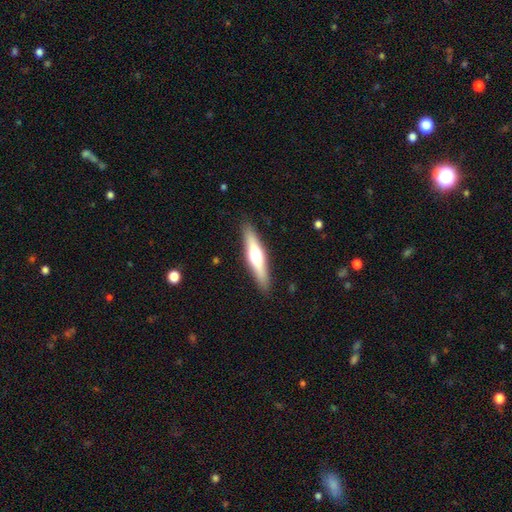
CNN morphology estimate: Overall: featured or disk (50%; smooth 45%). Edge-on disk: yes (94%). Merging: none (90%).